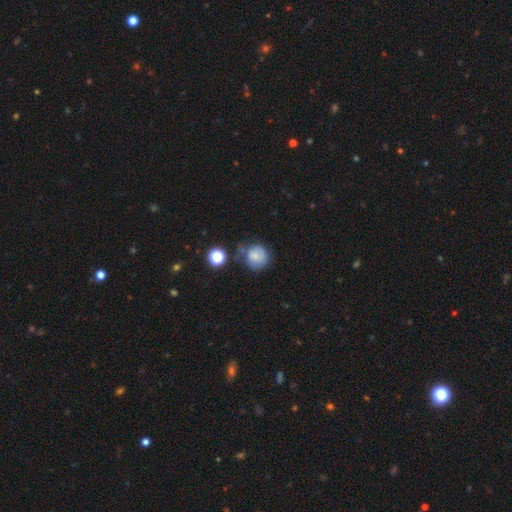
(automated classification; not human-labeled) A smooth galaxy with no disk features (72%) that is round (88%). Merging: none (55%).